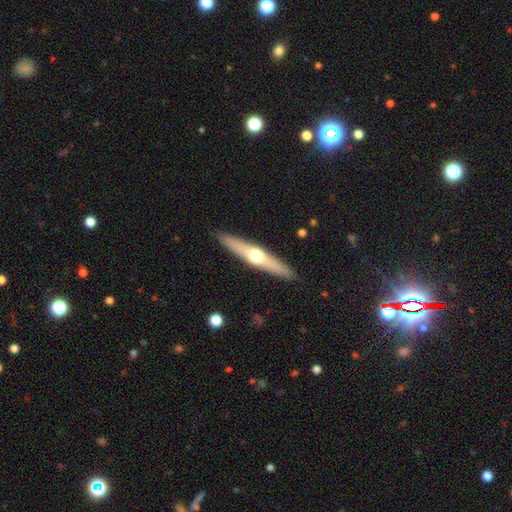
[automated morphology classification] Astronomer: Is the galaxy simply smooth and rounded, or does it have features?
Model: featured or disk — 61%.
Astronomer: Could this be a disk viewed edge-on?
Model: yes — 95%.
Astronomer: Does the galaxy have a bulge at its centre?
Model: rounded — 94%.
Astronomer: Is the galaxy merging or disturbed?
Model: none — 91%.